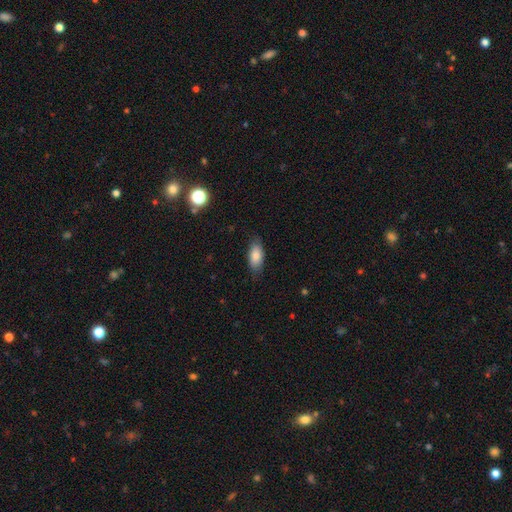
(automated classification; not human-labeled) The model was most divided on "merging": none: 81%, minor disturbance: 15%, major disturbance: 3%, merger: 1%. More confident: how rounded — in between (87%); smooth or featured — smooth (83%).